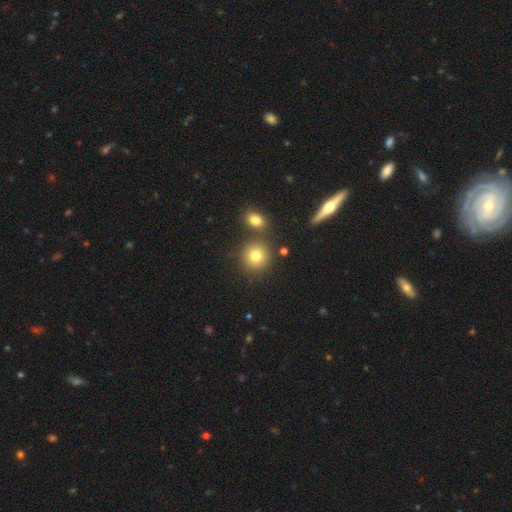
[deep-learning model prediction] A smooth galaxy with no disk features (79%) that is round (87%). Merging: none (74%).